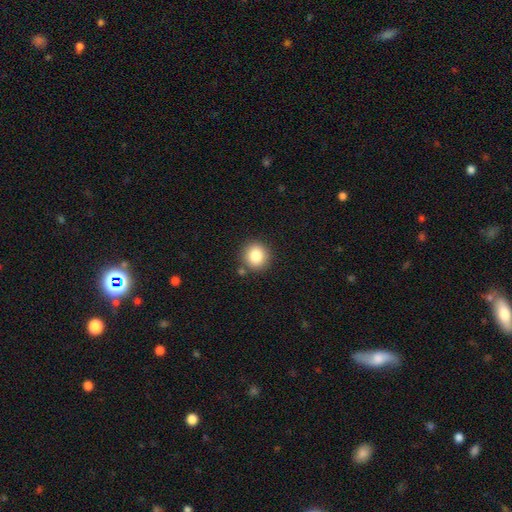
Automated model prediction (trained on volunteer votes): Smooth or featured? smooth (83%)
How rounded? round (86%)
Merging? none (85%)